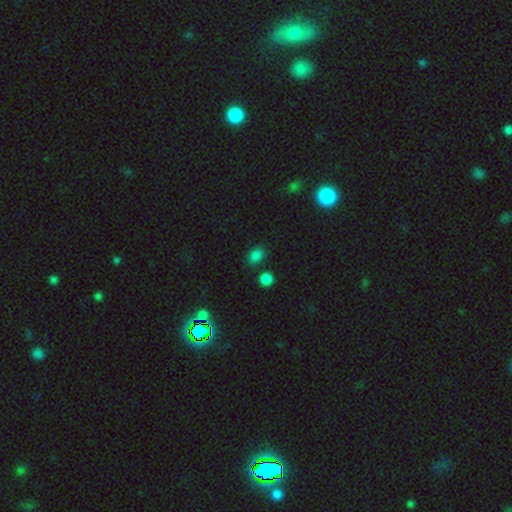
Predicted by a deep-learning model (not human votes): smooth 80%, star or artifact 16%, featured or disk 4%. Down the decision tree: how rounded — in between (62%); merging — none (78%).